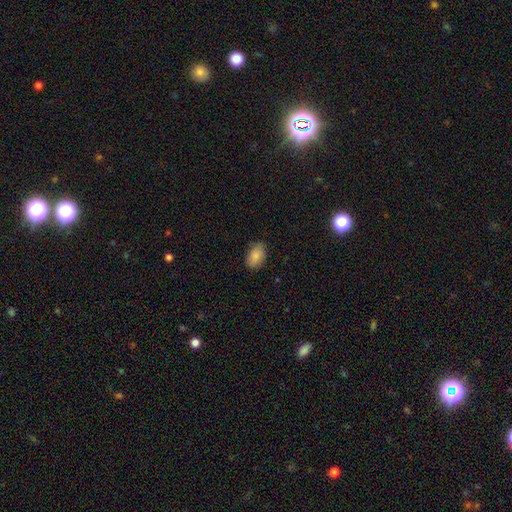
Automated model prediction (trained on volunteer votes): A smooth galaxy with no disk features (86%) that is in between round and cigar-shaped (90%). Merging: none (81%).